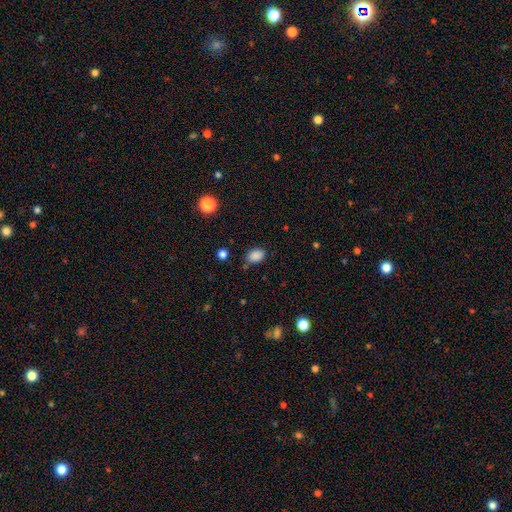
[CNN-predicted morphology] Smooth or featured: smooth — 86% (star or artifact — 10%)
How rounded: in between — 74% (round — 25%)
Merging: none — 76% (minor disturbance — 17%)